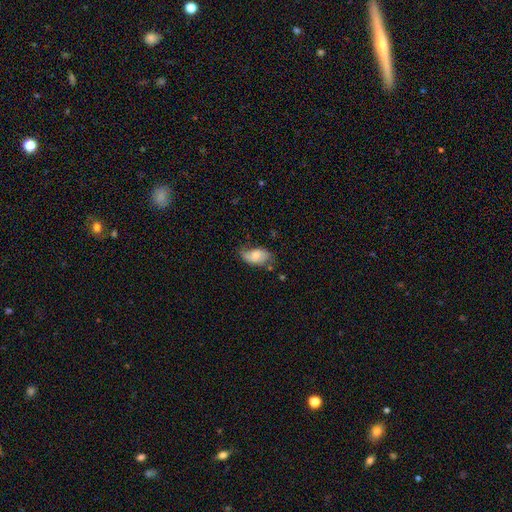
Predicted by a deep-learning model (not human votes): Smooth or featured?
  - smooth: 61% *
  - featured or disk: 32%
  - star or artifact: 7%
How rounded?
  - in between: 91% *
  - round: 6%
  - cigar-shaped: 2%
Merging?
  - none: 51% *
  - minor disturbance: 35%
  - major disturbance: 11%
  - merger: 3%